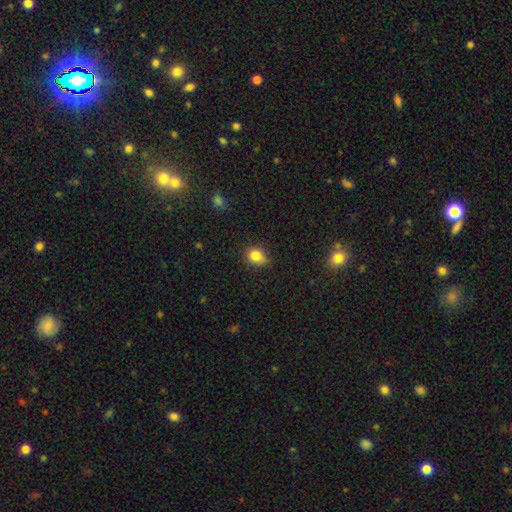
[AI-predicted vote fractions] This appears to be a smooth galaxy with no disk features (82%) that is round (57%). Merging: none (69%).